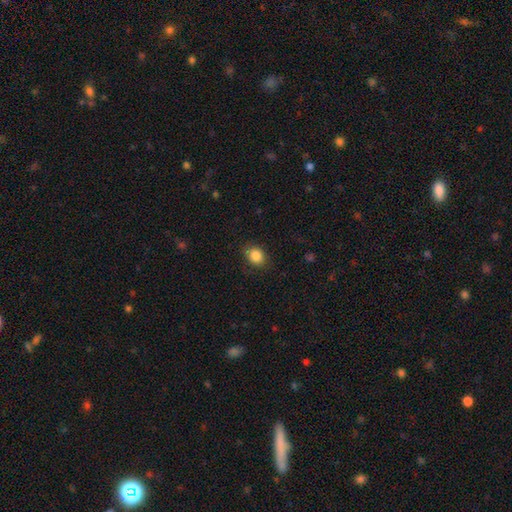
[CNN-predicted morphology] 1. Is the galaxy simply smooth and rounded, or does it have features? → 87% smooth, 9% star or artifact, 4% featured or disk.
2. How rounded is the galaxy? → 50% round, 49% in between, 1% cigar-shaped.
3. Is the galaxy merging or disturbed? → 82% none, 14% minor disturbance, 4% major disturbance, 1% merger.